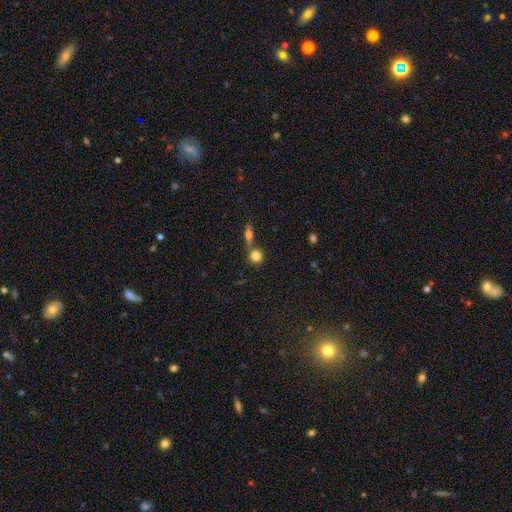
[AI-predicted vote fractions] The model was most divided on "merging": none: 60%, merger: 28%, minor disturbance: 9%, major disturbance: 3%. More confident: how rounded — round (86%); smooth or featured — smooth (79%).